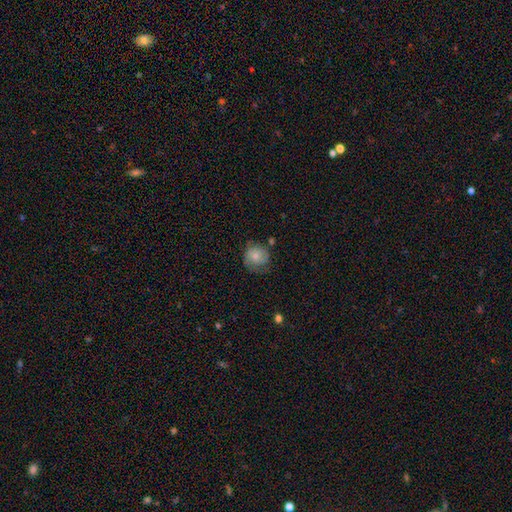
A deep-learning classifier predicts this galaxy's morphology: Q: Smooth or featured?
A: smooth (64%); runner-up: featured or disk (28%)
Q: How rounded?
A: round (84%); runner-up: in between (15%)
Q: Merging?
A: none (53%); runner-up: minor disturbance (29%)